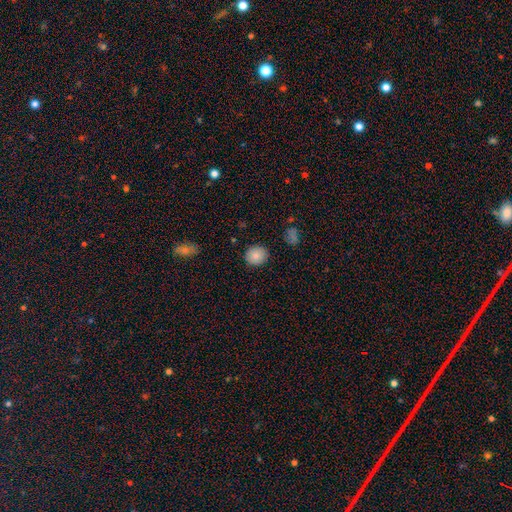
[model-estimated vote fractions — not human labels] Q: Smooth or featured?
A: smooth (84%); runner-up: star or artifact (9%)
Q: How rounded?
A: round (82%); runner-up: in between (17%)
Q: Merging?
A: none (88%); runner-up: minor disturbance (9%)